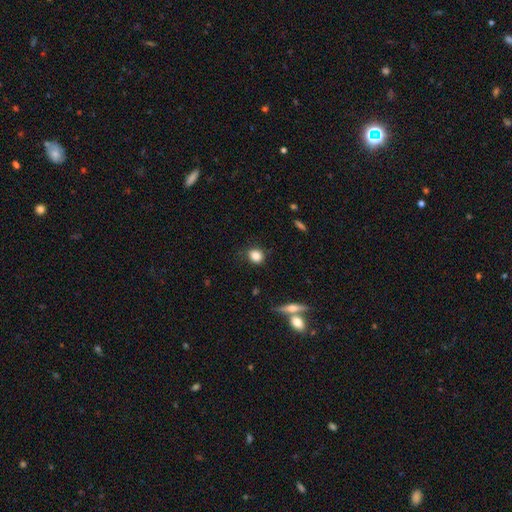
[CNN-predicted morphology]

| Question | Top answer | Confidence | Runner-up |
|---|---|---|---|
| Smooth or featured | smooth | 85% | star or artifact (9%) |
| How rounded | round | 73% | in between (25%) |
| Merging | none | 81% | minor disturbance (13%) |